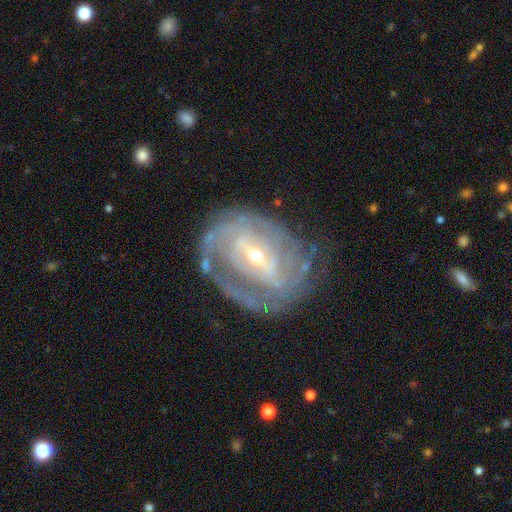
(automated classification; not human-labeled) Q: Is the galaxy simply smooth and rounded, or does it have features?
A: featured or disk — 85%.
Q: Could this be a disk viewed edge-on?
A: no — 96%.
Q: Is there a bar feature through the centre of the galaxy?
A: weak — 44%.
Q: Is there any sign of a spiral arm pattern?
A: yes — 86%.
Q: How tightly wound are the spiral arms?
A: tight — 66%.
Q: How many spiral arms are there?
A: can't tell — 43%.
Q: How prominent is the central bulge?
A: small — 60%.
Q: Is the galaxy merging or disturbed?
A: none — 64%.